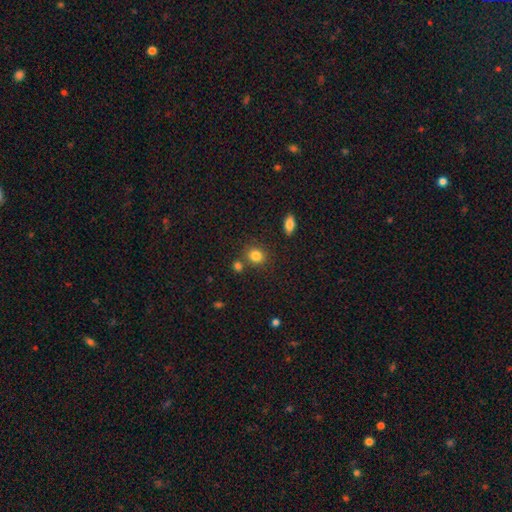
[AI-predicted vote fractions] The model was most divided on "how rounded": round: 71%, in between: 28%, cigar-shaped: 1%. More confident: smooth or featured — smooth (83%); merging — none (76%).